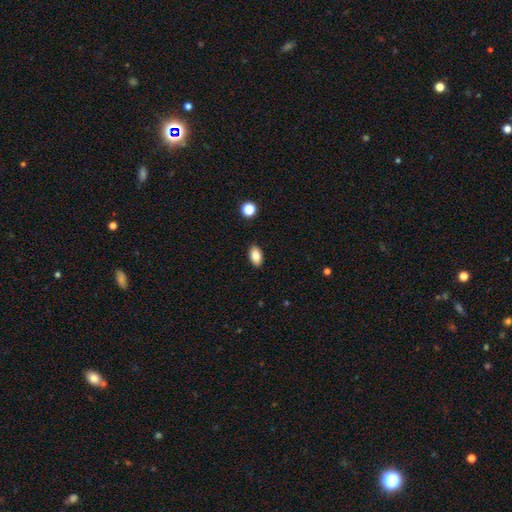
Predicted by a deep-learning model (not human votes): Smooth or featured?
  - smooth: 85% *
  - star or artifact: 9%
  - featured or disk: 7%
How rounded?
  - in between: 92% *
  - round: 7%
  - cigar-shaped: 2%
Merging?
  - none: 89% *
  - minor disturbance: 8%
  - major disturbance: 2%
  - merger: 1%